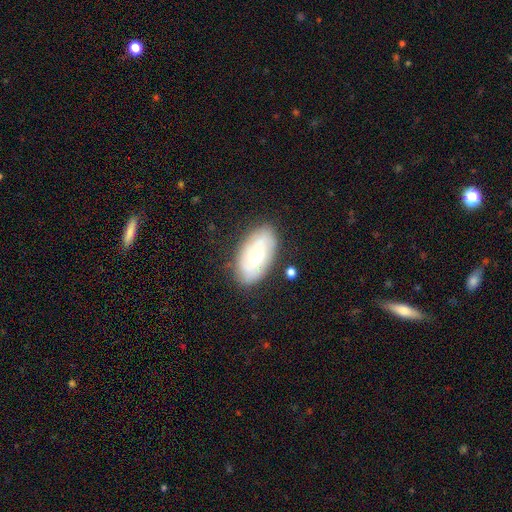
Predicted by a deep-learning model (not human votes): Overall: smooth (49%; featured or disk 44%). Merging: none (78%).